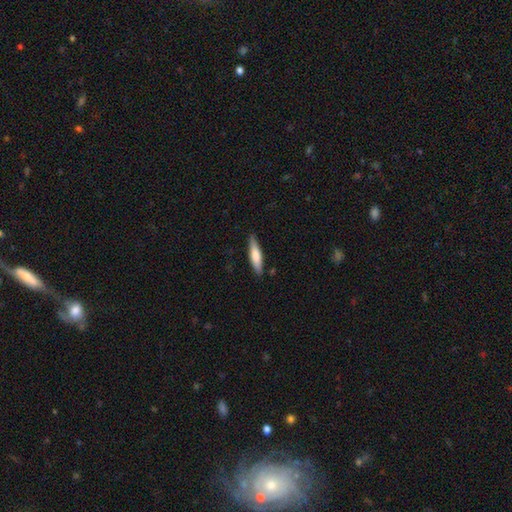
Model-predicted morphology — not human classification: Smooth or featured?
  - smooth: 69% *
  - featured or disk: 26%
  - star or artifact: 5%
How rounded?
  - cigar-shaped: 79% *
  - in between: 19%
  - round: 1%
Merging?
  - none: 86% *
  - minor disturbance: 10%
  - major disturbance: 2%
  - merger: 2%